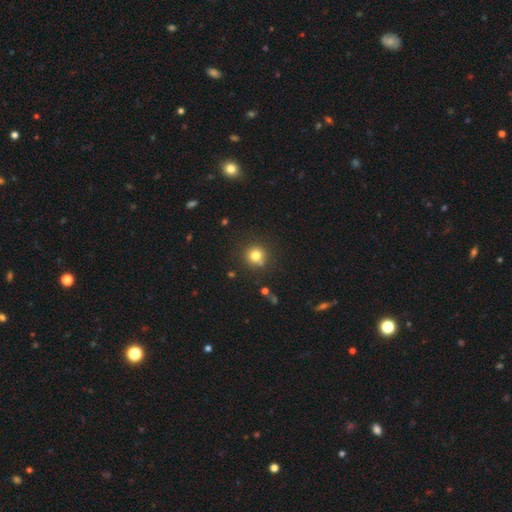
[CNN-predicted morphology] This is likely a smooth galaxy (78%). How rounded: clearly round (93%). Merging: clearly none (80%).